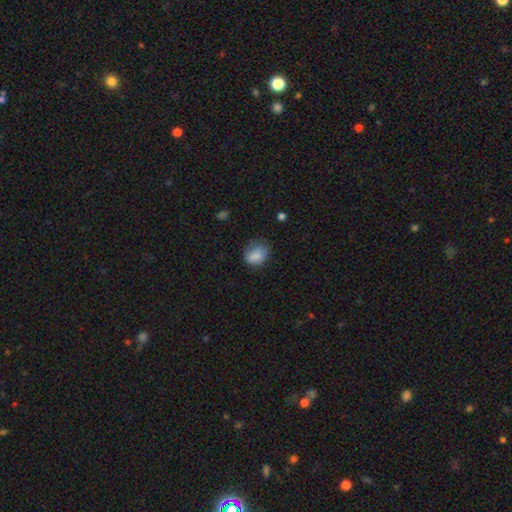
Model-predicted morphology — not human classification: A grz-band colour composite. It shows a smooth galaxy with no disk features (81%) that is in between round and cigar-shaped (53%). Merging: none (58%).